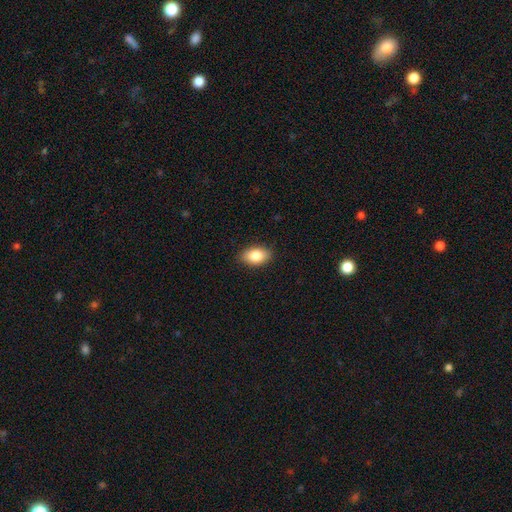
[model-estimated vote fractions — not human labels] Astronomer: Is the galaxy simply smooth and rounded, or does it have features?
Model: smooth — 84%.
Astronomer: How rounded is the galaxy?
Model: in between — 90%.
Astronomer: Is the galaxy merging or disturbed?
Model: none — 88%.